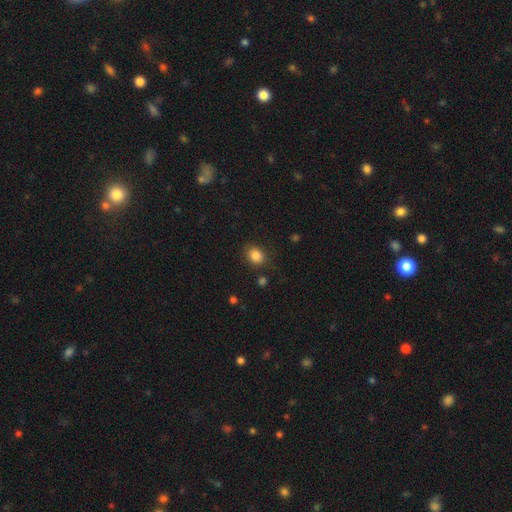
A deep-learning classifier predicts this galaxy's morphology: Smooth or featured?
  - smooth: 84% *
  - star or artifact: 11%
  - featured or disk: 5%
How rounded?
  - round: 56% *
  - in between: 43%
  - cigar-shaped: 1%
Merging?
  - none: 82% *
  - minor disturbance: 11%
  - major disturbance: 4%
  - merger: 3%